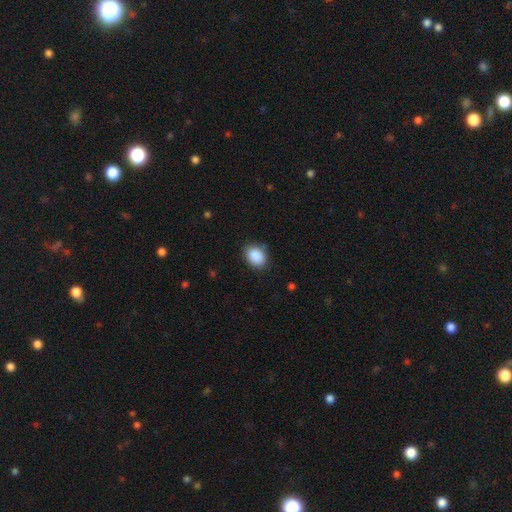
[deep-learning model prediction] Overall: smooth (89%). How rounded: in between (70%). Merging: none (83%).